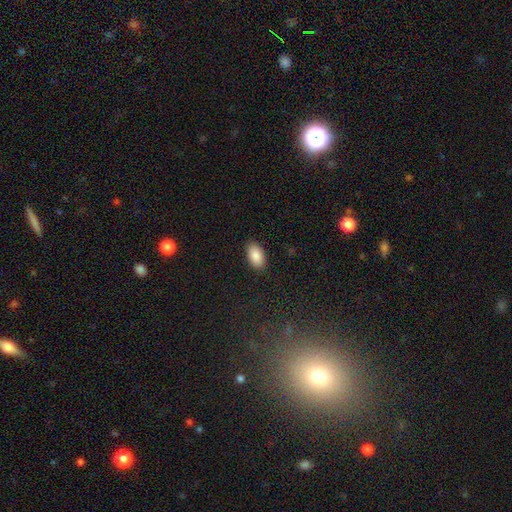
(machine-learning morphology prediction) The model was most divided on "merging": none: 88%, minor disturbance: 9%, major disturbance: 2%, merger: 1%. More confident: how rounded — in between (95%); smooth or featured — smooth (88%).